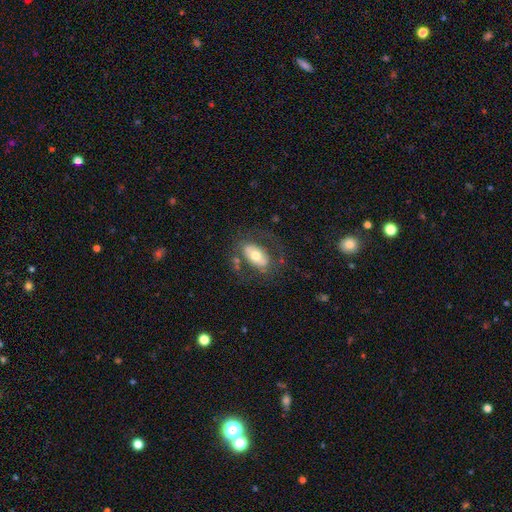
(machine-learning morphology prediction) A smooth galaxy with no disk features (50%) that is in between round and cigar-shaped (90%). Merging: none (61%).